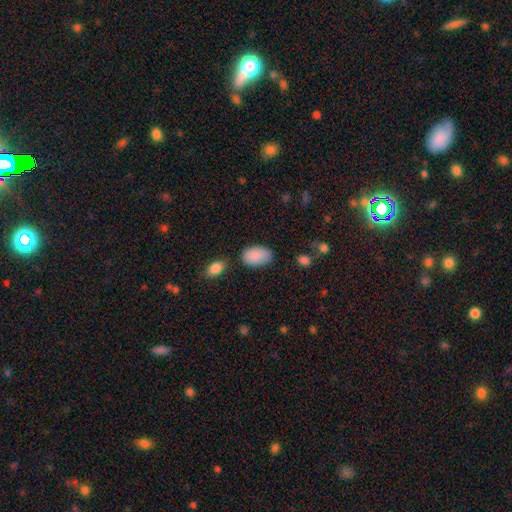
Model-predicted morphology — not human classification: This is clearly a smooth galaxy (89%). How rounded: clearly in between (93%). Merging: likely none (74%).